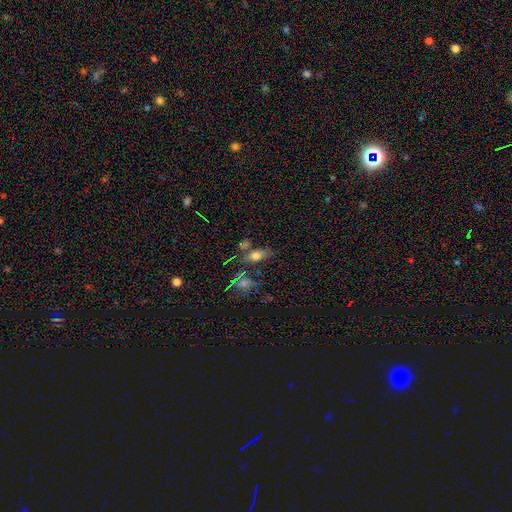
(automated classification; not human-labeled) A smooth galaxy with no disk features (68%) that is in between round and cigar-shaped (80%).

Vote fractions:
- Smooth or featured? smooth: 68% / featured or disk: 17% / star or artifact: 15%
- How rounded? in between: 80% / cigar-shaped: 11% / round: 9%
- Merging? none: 61% / minor disturbance: 16% / merger: 16% / major disturbance: 7%